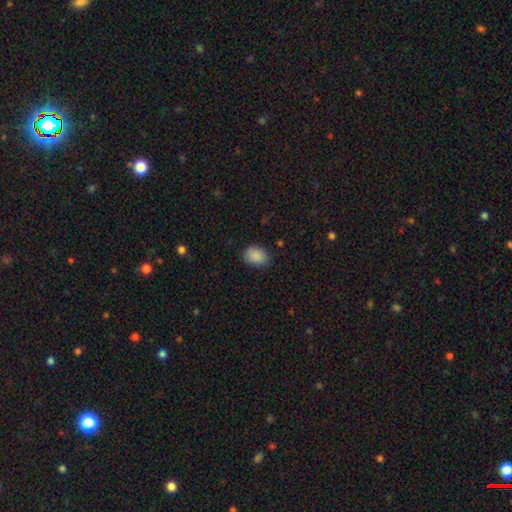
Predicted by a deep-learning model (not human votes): Smooth or featured? Predicted: smooth (p=0.89). How rounded? Predicted: in between (p=0.71). Merging? Predicted: none (p=0.83).